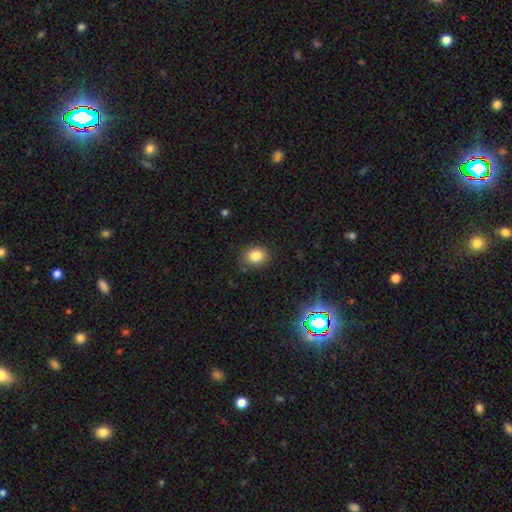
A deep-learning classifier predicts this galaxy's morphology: Smooth or featured? Predicted: smooth (p=0.83). How rounded? Predicted: round (p=0.58). Merging? Predicted: none (p=0.83).